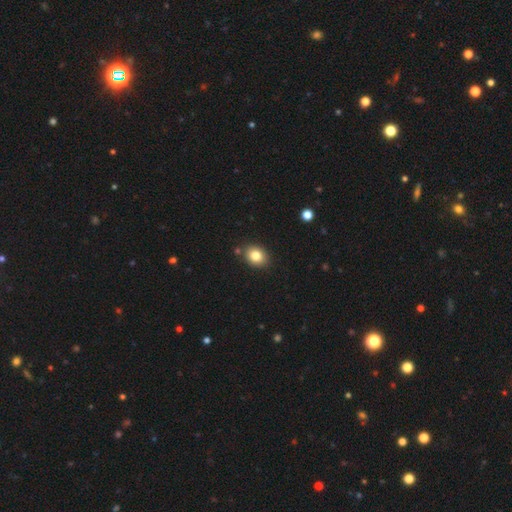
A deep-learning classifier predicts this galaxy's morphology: Smooth or featured? Predicted: smooth (p=0.82). How rounded? Predicted: round (p=0.50). Merging? Predicted: none (p=0.85).